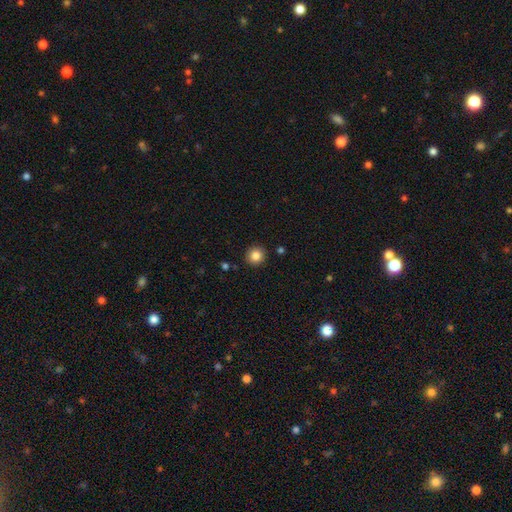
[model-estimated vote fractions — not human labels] smooth-or-featured: smooth: 85% | star or artifact: 10% | featured or disk: 5%
  how-rounded: round: 92% | in between: 8% | cigar-shaped: 1%
  merging: none: 91% | minor disturbance: 6% | major disturbance: 2% | merger: 2%